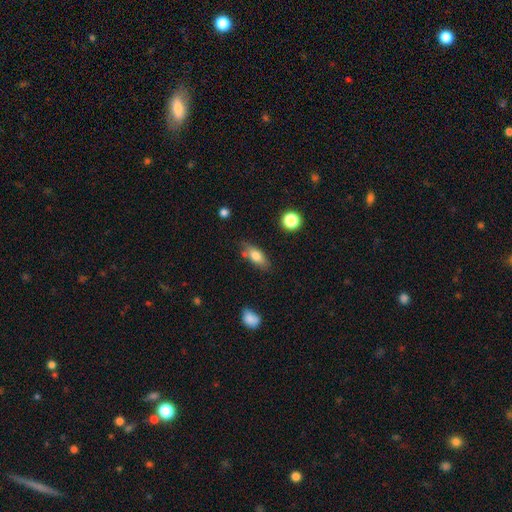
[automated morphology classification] Q: Smooth or featured?
A: smooth (75%); runner-up: featured or disk (18%)
Q: How rounded?
A: in between (77%); runner-up: cigar-shaped (19%)
Q: Merging?
A: none (68%); runner-up: minor disturbance (20%)